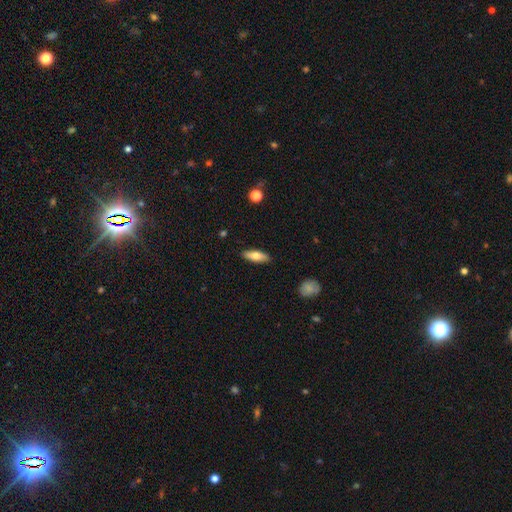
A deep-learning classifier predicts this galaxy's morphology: type=smooth (73%); roundness=in between (60%); merging=none (88%).